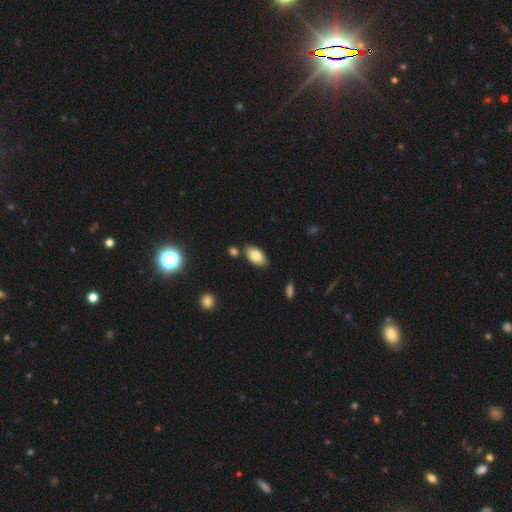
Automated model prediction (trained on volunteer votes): Smooth or featured?
  - smooth: 83% *
  - featured or disk: 10%
  - star or artifact: 7%
How rounded?
  - in between: 94% *
  - round: 3%
  - cigar-shaped: 2%
Merging?
  - none: 78% *
  - minor disturbance: 12%
  - merger: 7%
  - major disturbance: 3%